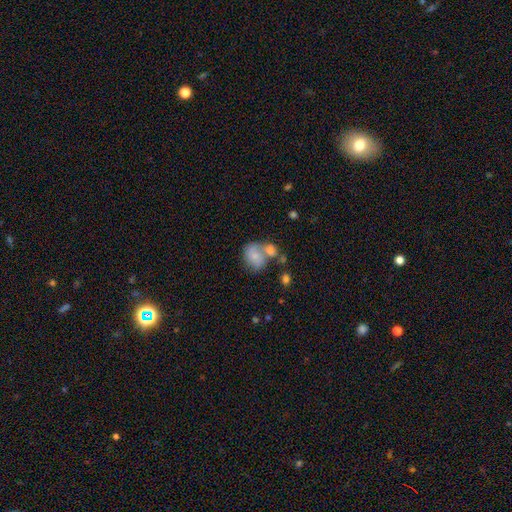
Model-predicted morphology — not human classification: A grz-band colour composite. It shows a smooth galaxy with no disk features (58%) that is round (51%). Merging: merger (50%).